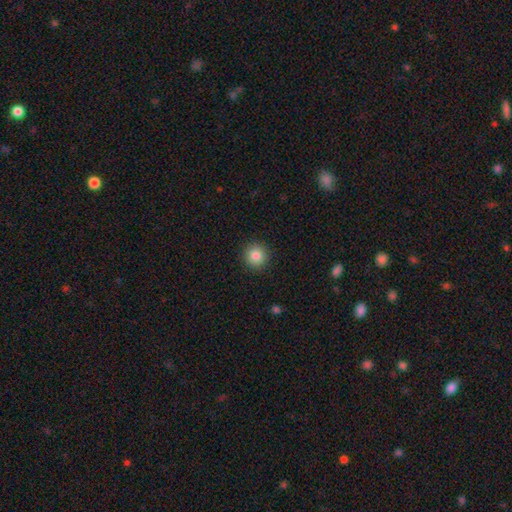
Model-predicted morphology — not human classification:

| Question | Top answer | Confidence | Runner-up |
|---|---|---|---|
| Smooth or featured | smooth | 85% | star or artifact (10%) |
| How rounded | round | 93% | in between (6%) |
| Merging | none | 92% | minor disturbance (6%) |